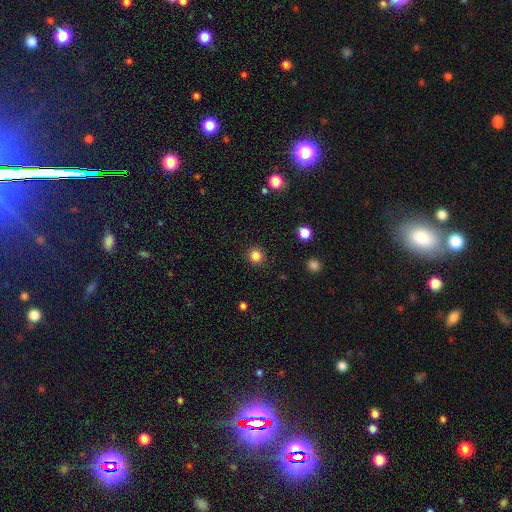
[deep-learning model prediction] Morphology: type=smooth (84%); roundness=round (93%); merging=none (91%).